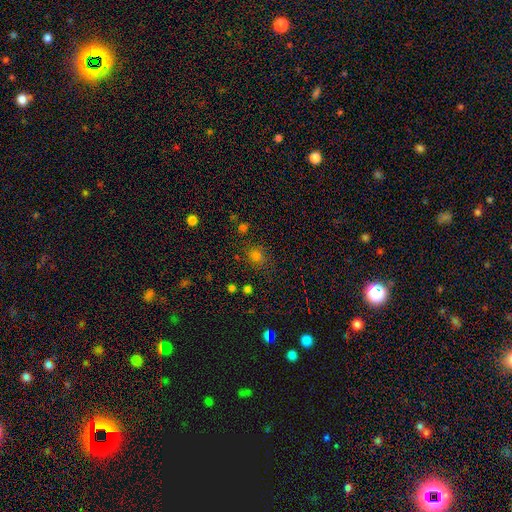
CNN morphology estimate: smooth-or-featured: smooth: 70% | star or artifact: 24% | featured or disk: 6%
  how-rounded: round: 66% | in between: 33% | cigar-shaped: 1%
  merging: none: 76% | minor disturbance: 15% | major disturbance: 5% | merger: 4%